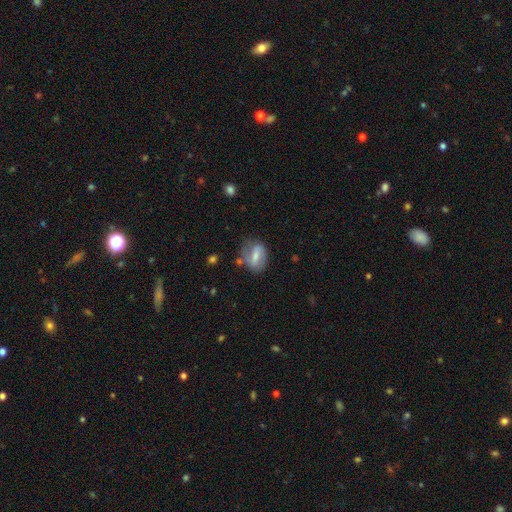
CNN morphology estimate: Smooth or featured?
  - featured or disk: 51% *
  - smooth: 41%
  - star or artifact: 8%
Edge-on disk?
  - no: 91% *
  - yes: 9%
Merging?
  - none: 64% *
  - minor disturbance: 22%
  - major disturbance: 9%
  - merger: 5%